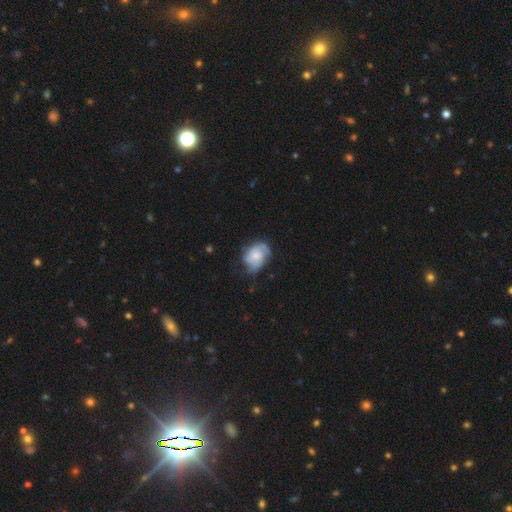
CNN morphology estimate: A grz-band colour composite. It shows a featured or disk galaxy (64%) with no bar (72%), 2 (38%) tight (42%) spiral arms (89%) and a small central bulge (47%). Merging: none (55%).